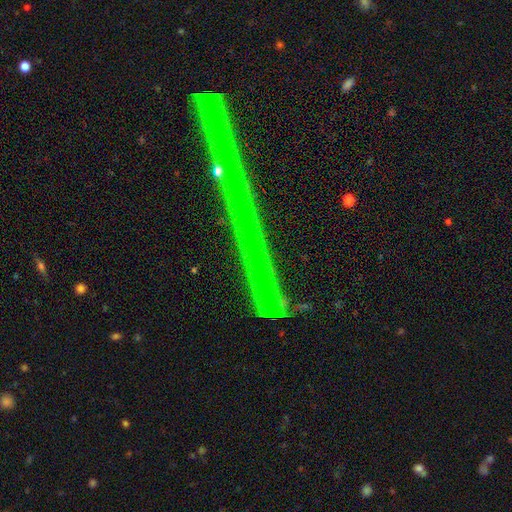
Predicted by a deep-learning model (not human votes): smooth-or-featured: star or artifact: 55% | featured or disk: 32% | smooth: 13%